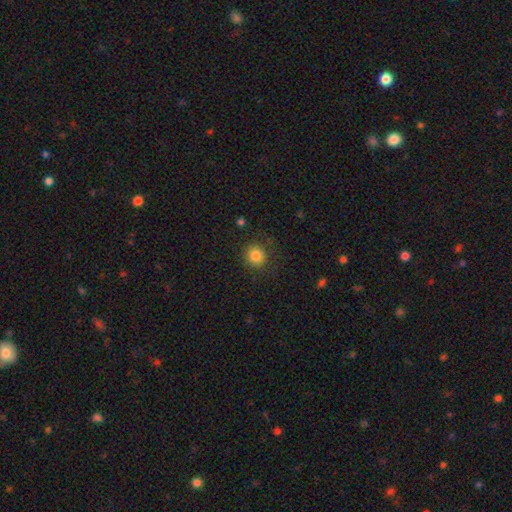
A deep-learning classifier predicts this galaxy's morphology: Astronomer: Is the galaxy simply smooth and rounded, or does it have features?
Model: smooth — 83%.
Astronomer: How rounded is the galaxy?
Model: round — 91%.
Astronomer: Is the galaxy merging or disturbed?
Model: none — 86%.